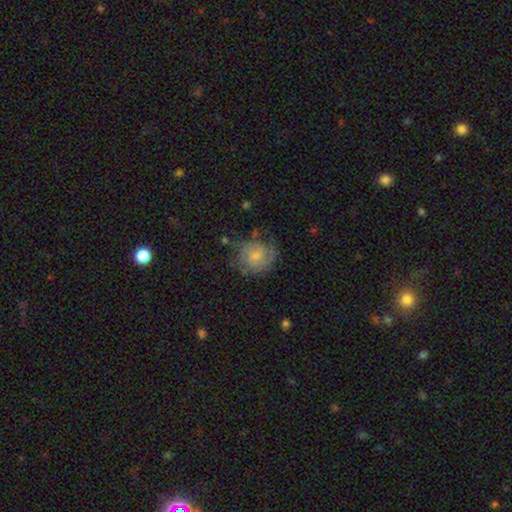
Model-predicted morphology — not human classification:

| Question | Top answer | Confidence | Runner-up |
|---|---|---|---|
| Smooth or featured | featured or disk | 56% | smooth (35%) |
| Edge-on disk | no | 98% | yes (2%) |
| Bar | no | 75% | weak (22%) |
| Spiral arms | yes | 85% | no (15%) |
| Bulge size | small | 60% | moderate (29%) |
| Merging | none | 62% | minor disturbance (24%) |